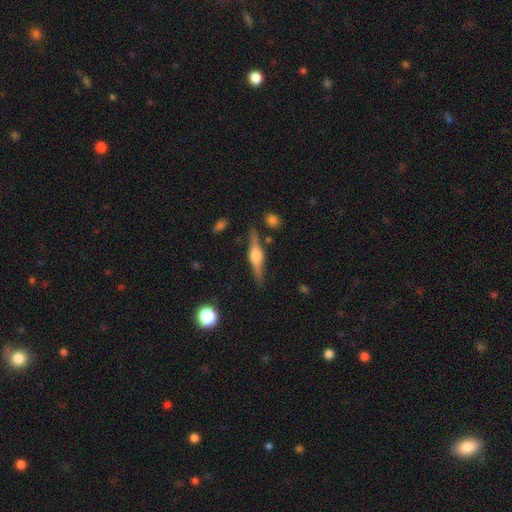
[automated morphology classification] type=featured or disk (77%); edge-on=yes (97%); edge-on bulge=rounded (88%); merging=none (87%).